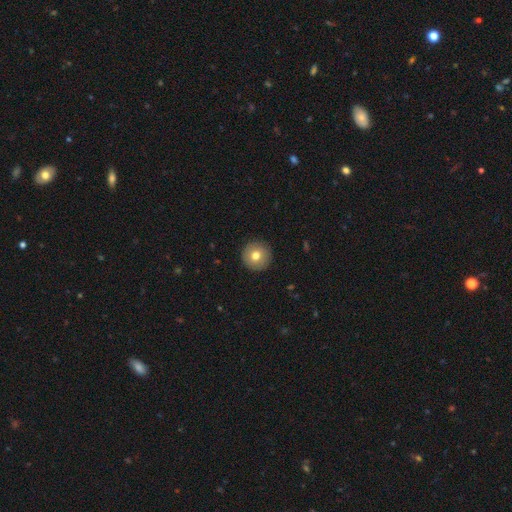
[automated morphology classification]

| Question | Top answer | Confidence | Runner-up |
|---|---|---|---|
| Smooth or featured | smooth | 75% | featured or disk (16%) |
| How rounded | round | 97% | in between (2%) |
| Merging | none | 93% | minor disturbance (5%) |